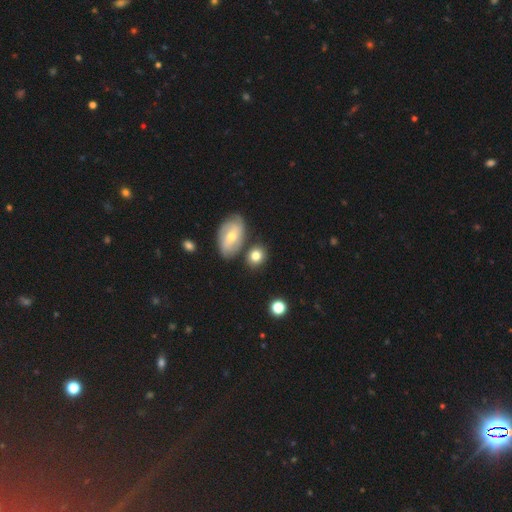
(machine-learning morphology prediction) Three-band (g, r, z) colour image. It shows a smooth galaxy with no disk features (77%) that is round (51%). Merging: none (71%).